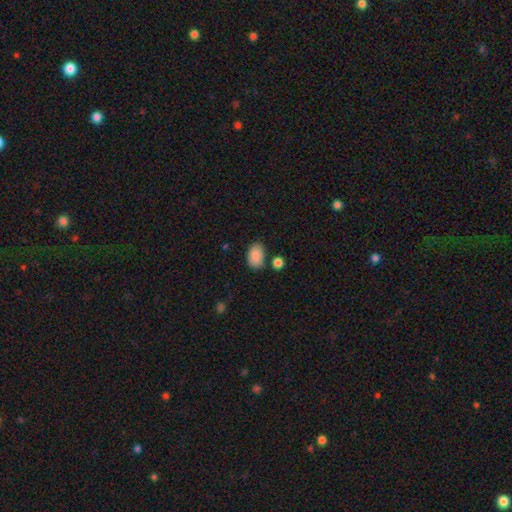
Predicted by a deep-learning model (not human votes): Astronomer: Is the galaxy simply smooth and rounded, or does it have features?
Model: smooth — 89%.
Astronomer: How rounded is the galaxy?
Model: in between — 89%.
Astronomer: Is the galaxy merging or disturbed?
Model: none — 75%.